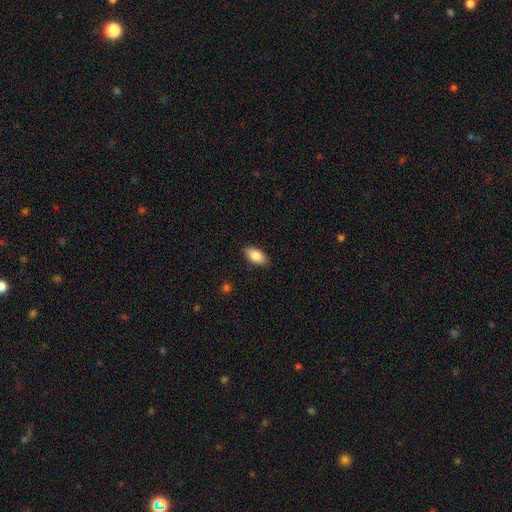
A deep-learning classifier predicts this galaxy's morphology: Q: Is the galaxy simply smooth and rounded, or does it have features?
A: smooth — 85%.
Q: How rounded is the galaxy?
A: in between — 92%.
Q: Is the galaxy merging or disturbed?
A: none — 87%.